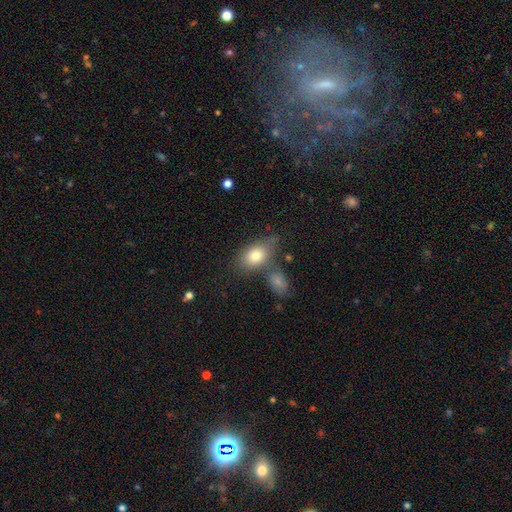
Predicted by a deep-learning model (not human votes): This is likely a smooth galaxy (79%). How rounded: clearly in between (81%). Merging: possibly none (52%).